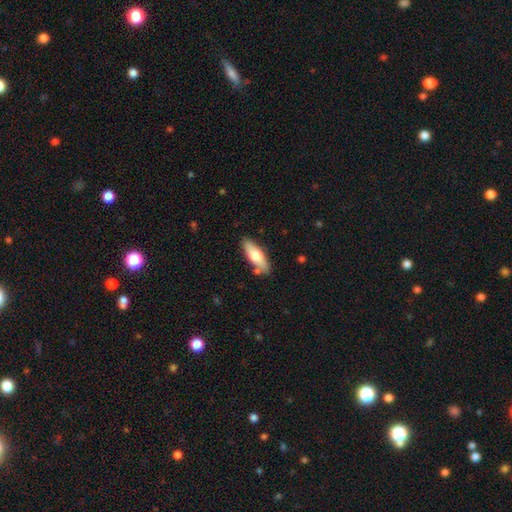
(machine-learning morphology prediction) type=smooth (63%); roundness=in between (58%); merging=none (81%).